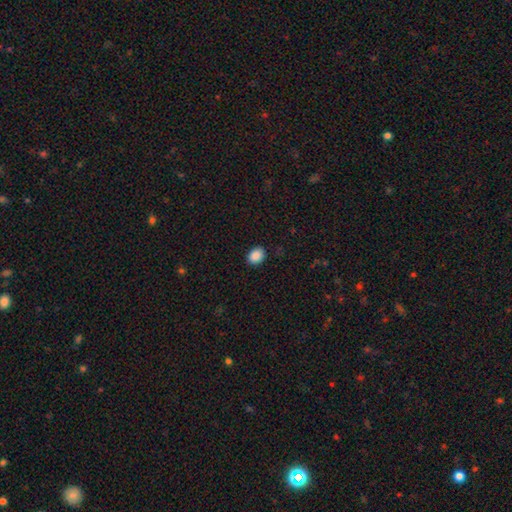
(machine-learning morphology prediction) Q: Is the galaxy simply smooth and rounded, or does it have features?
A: smooth — 89%.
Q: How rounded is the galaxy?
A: in between — 55%.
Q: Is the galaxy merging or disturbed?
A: none — 89%.